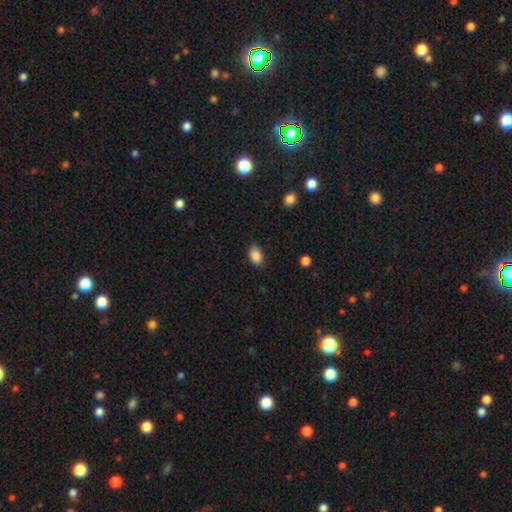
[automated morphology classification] The model was most divided on "merging": none: 80%, minor disturbance: 16%, major disturbance: 3%, merger: 1%. More confident: smooth or featured — smooth (88%); how rounded — in between (88%).